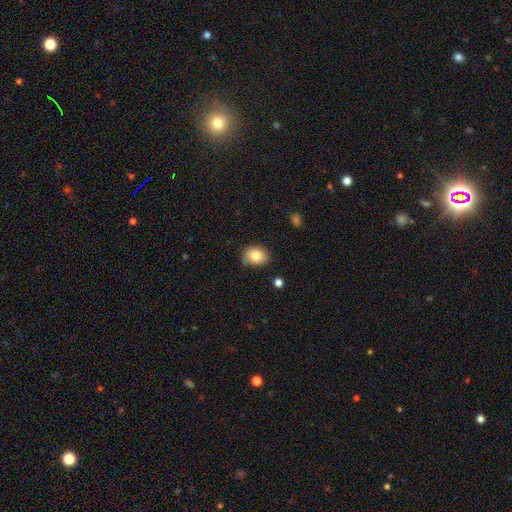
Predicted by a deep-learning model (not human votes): Smooth or featured? smooth (80%)
How rounded? in between (56%)
Merging? none (73%)